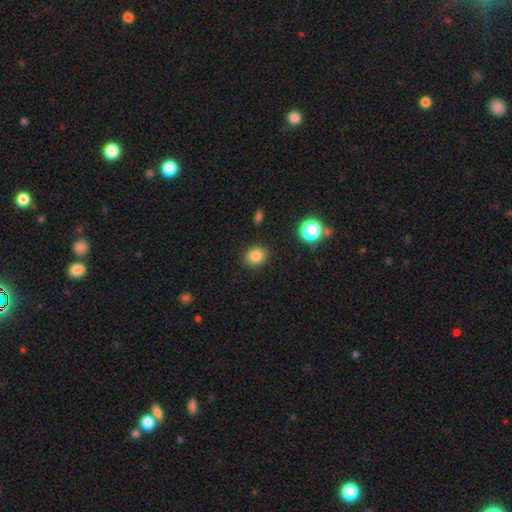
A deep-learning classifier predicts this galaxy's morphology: smooth 83%, star or artifact 12%, featured or disk 6%. Down the decision tree: how rounded — round (64%); merging — none (88%).